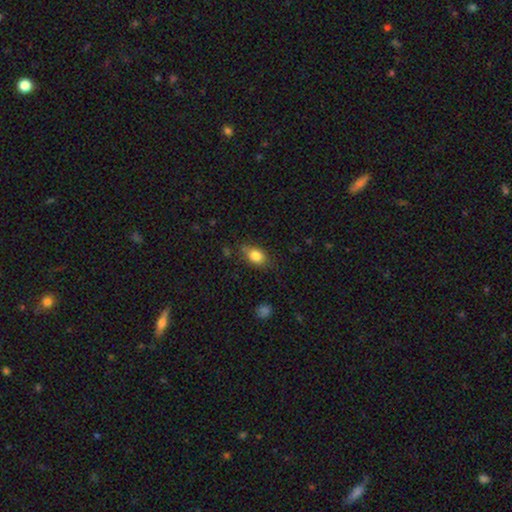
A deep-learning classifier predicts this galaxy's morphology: Smooth or featured: smooth — 83% (star or artifact — 9%)
How rounded: in between — 76% (round — 21%)
Merging: none — 71% (minor disturbance — 22%)